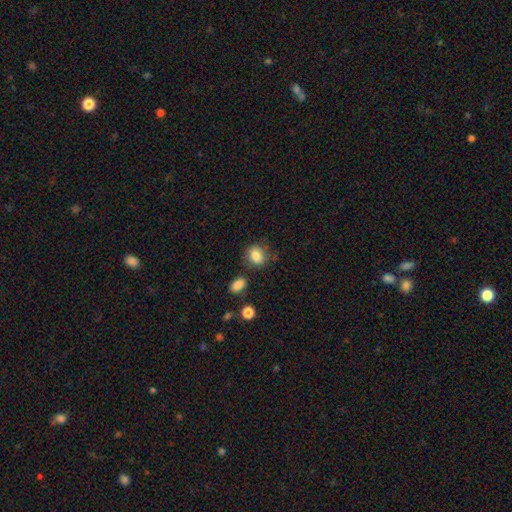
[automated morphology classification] Q: Smooth or featured?
A: smooth (83%); runner-up: star or artifact (9%)
Q: How rounded?
A: in between (57%); runner-up: round (42%)
Q: Merging?
A: none (66%); runner-up: minor disturbance (20%)